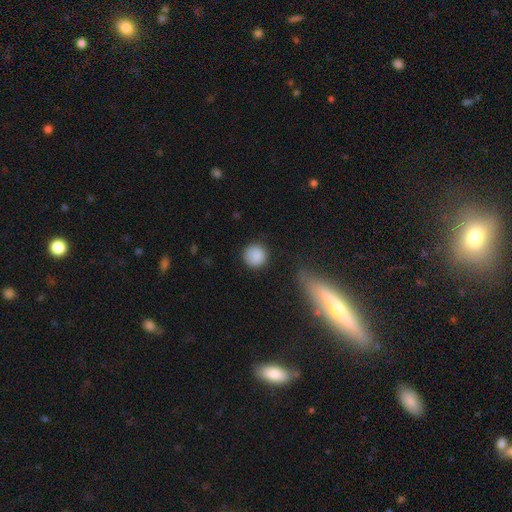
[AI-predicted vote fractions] This appears to be a smooth galaxy with no disk features (87%) that is round (94%). Merging: none (86%).